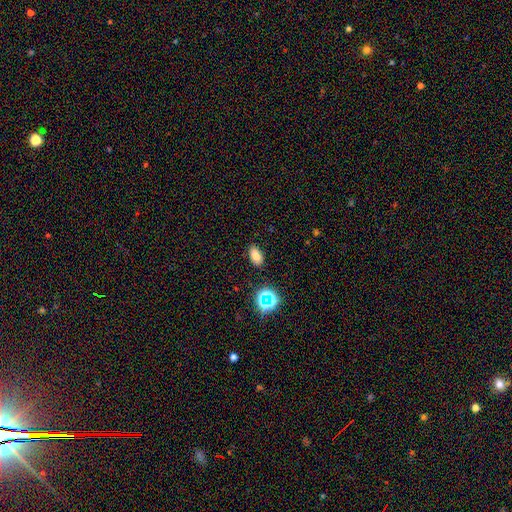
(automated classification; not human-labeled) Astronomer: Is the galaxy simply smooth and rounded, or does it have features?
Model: smooth — 76%.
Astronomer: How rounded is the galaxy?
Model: in between — 89%.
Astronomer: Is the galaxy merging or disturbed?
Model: none — 85%.